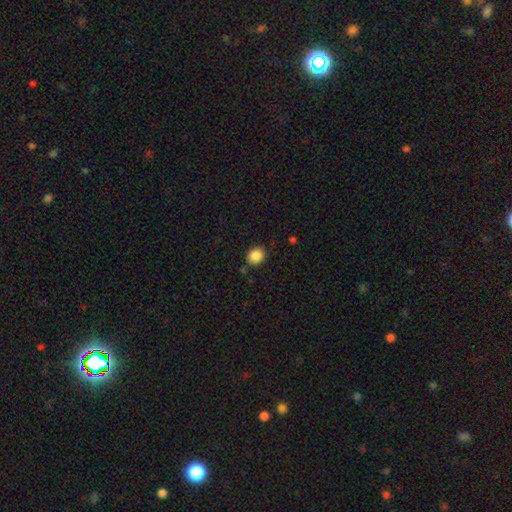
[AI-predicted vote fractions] Morphology: type=smooth (86%); roundness=round (79%); merging=none (82%).